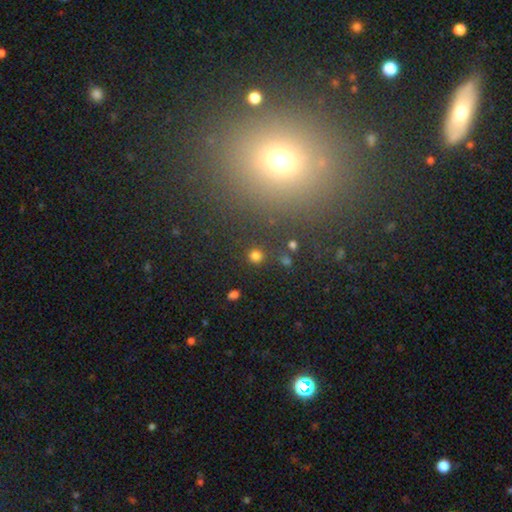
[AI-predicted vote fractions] A smooth galaxy with no disk features (78%) that is round (93%). Merging: none (88%).